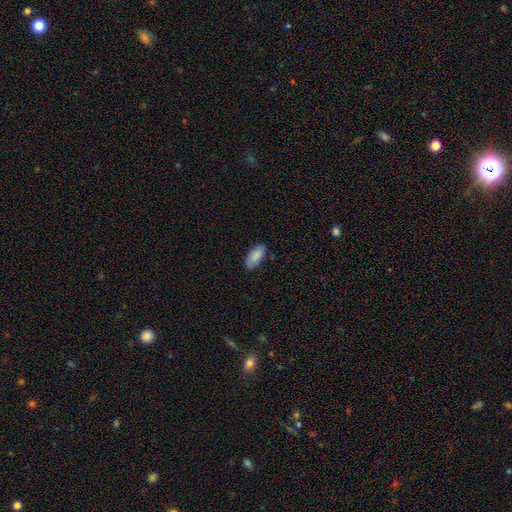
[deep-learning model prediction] The model was most divided on "merging": none: 84%, minor disturbance: 13%, major disturbance: 2%, merger: 1%. More confident: smooth or featured — smooth (88%); how rounded — in between (87%).